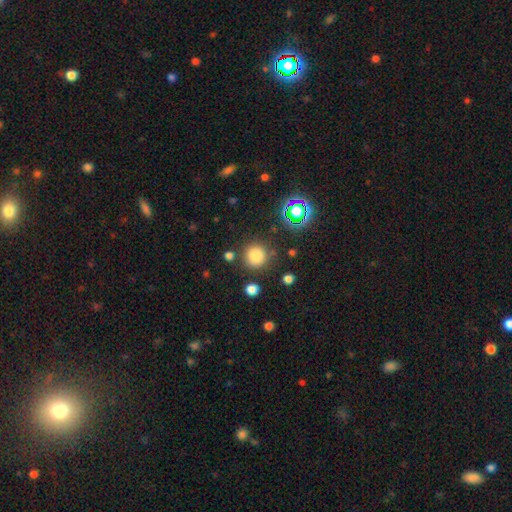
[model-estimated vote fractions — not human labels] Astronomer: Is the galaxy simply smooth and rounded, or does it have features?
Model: smooth — 80%.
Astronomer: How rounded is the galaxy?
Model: round — 93%.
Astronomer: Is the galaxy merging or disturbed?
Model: none — 82%.